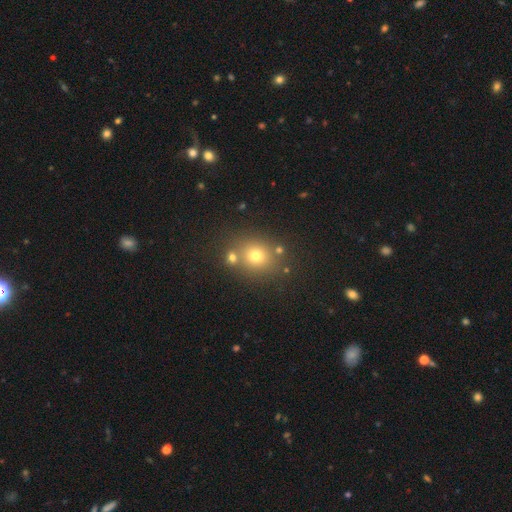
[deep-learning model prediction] smooth_or_featured: smooth (p=0.69) [alt: star or artifact p=0.20]
how_rounded: round (p=0.76) [alt: in between p=0.23]
merging: none (p=0.72) [alt: merger p=0.16]